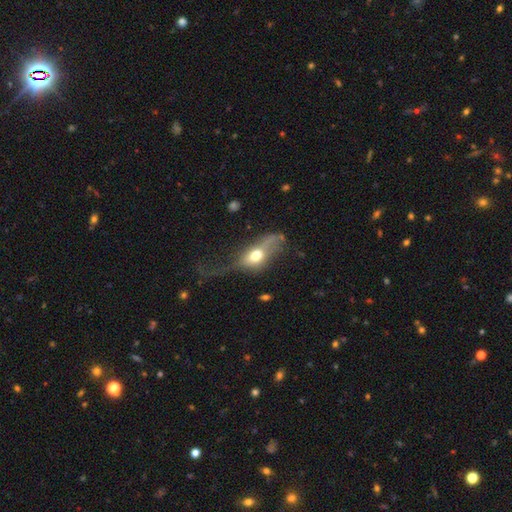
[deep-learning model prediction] Q: Smooth or featured?
A: smooth (53%); runner-up: featured or disk (38%)
Q: How rounded?
A: in between (71%); runner-up: cigar-shaped (15%)
Q: Merging?
A: major disturbance (49%); runner-up: none (24%)